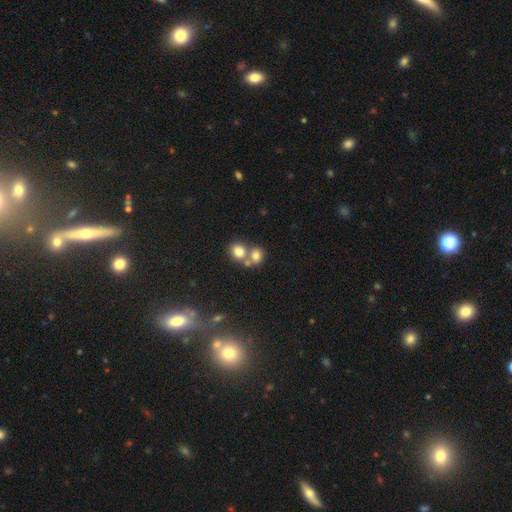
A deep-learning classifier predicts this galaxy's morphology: Smooth or featured: smooth — 76% (featured or disk — 12%)
How rounded: round — 65% (in between — 34%)
Merging: merger — 55% (none — 35%)